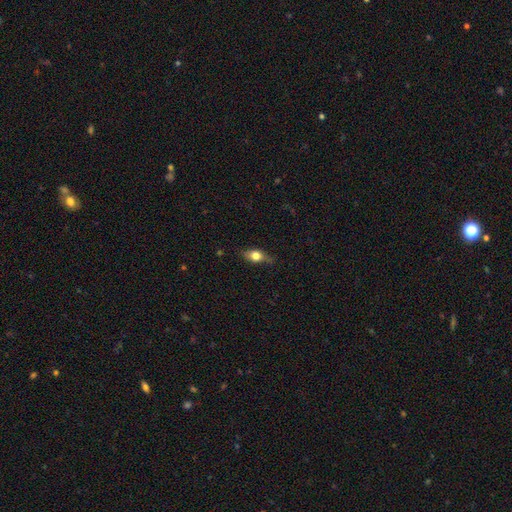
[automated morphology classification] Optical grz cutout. It shows a smooth galaxy with no disk features (64%) that is in between round and cigar-shaped (70%). Merging: none (73%).